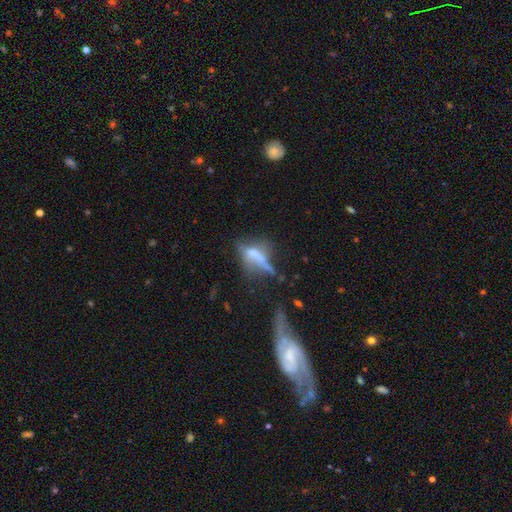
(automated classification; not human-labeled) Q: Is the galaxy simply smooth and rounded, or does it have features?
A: featured or disk — 45%.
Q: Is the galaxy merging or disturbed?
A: none — 32%.